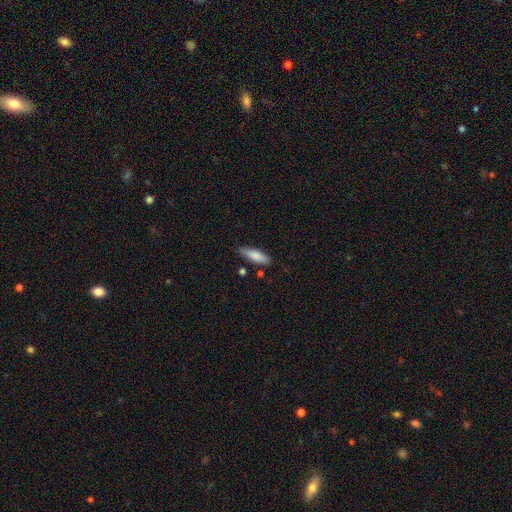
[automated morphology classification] A smooth galaxy with no disk features (82%) that is cigar-shaped (53%). Merging: none (79%).